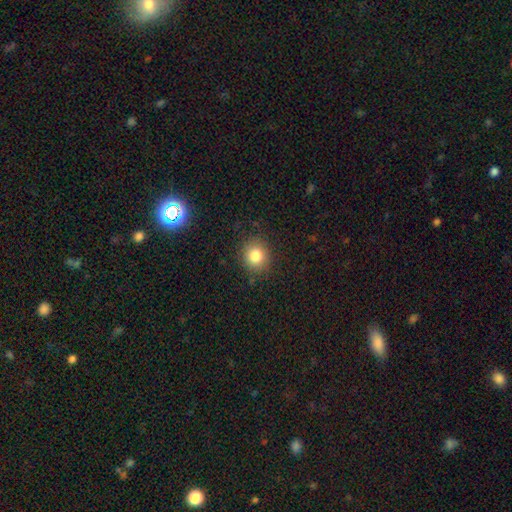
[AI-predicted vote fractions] Smooth or featured: smooth — 82% (star or artifact — 11%)
How rounded: round — 83% (in between — 16%)
Merging: none — 87% (minor disturbance — 9%)